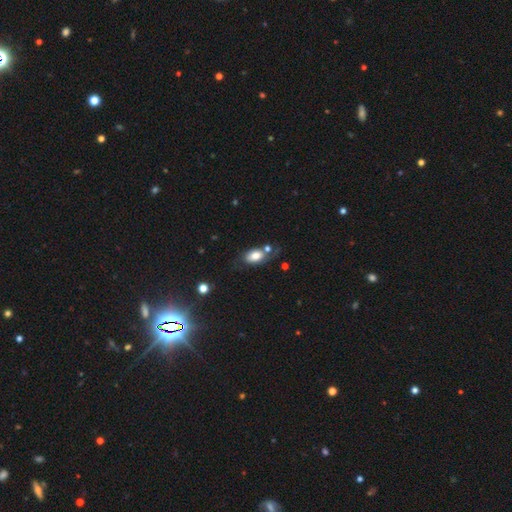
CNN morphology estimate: smooth_or_featured: smooth (p=0.76) [alt: featured or disk p=0.16]
how_rounded: in between (p=0.88) [alt: round p=0.09]
merging: none (p=0.51) [alt: minor disturbance p=0.21]